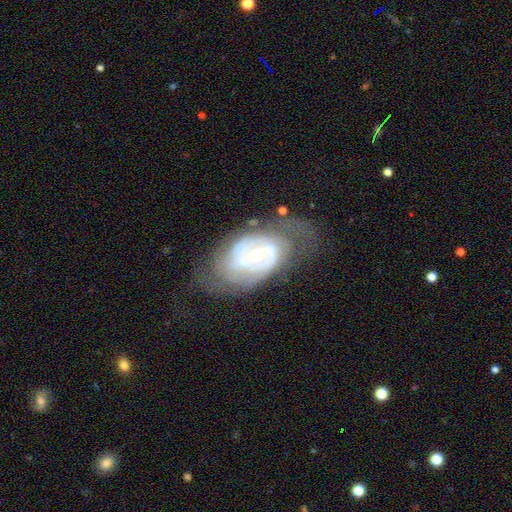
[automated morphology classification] type=featured or disk (85%); edge-on=no (96%); bar=no (61%); spiral arms=yes (85%); winding=tight (61%); arm count=2 (51%); bulge=moderate (56%); merging=none (59%).